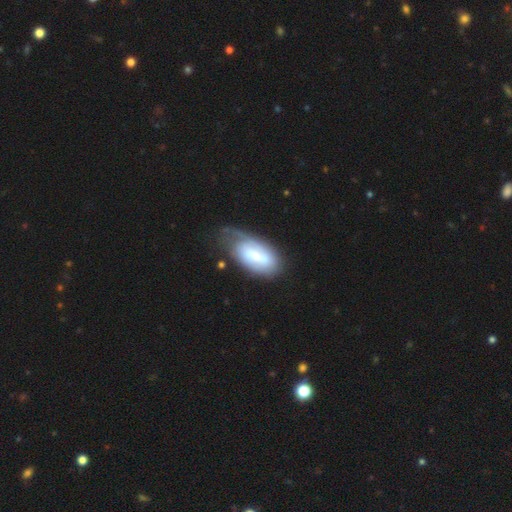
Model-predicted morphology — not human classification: smooth_or_featured: featured or disk (p=0.57) [alt: smooth p=0.37]
disk_edge_on: no (p=0.94) [alt: yes p=0.06]
bar: no (p=0.49) [alt: weak p=0.39]
has_spiral_arms: yes (p=0.73) [alt: no p=0.27]
bulge_size: small (p=0.52) [alt: moderate p=0.33]
merging: none (p=0.36) [alt: minor disturbance p=0.33]